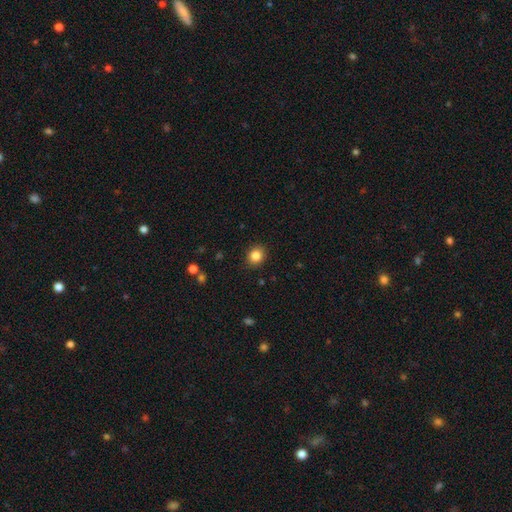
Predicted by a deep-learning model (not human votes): The model was most divided on "how rounded": round: 76%, in between: 23%, cigar-shaped: 1%. More confident: merging — none (90%); smooth or featured — smooth (84%).